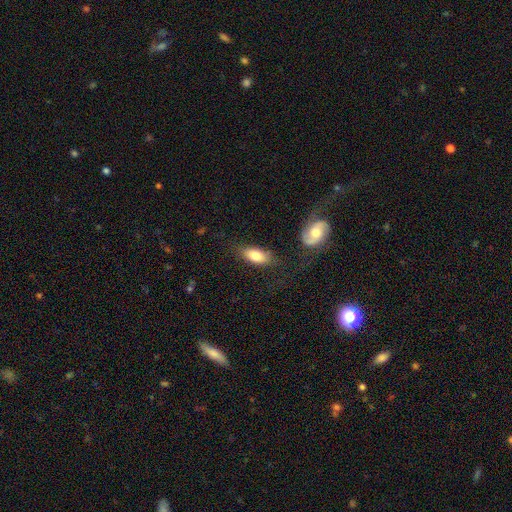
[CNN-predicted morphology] A smooth galaxy with no disk features (78%) that is in between round and cigar-shaped (88%). Merging: none (72%).